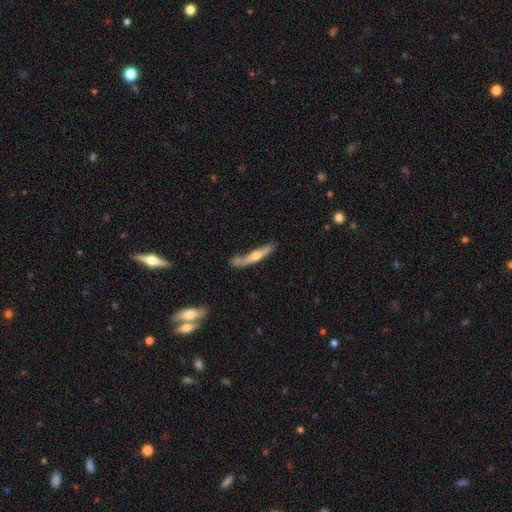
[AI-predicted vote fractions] Overall: featured or disk (55%; smooth 40%). Edge-on disk: yes (92%). Edge-on bulge: rounded (89%). Merging: none (60%; minor disturbance 20%).